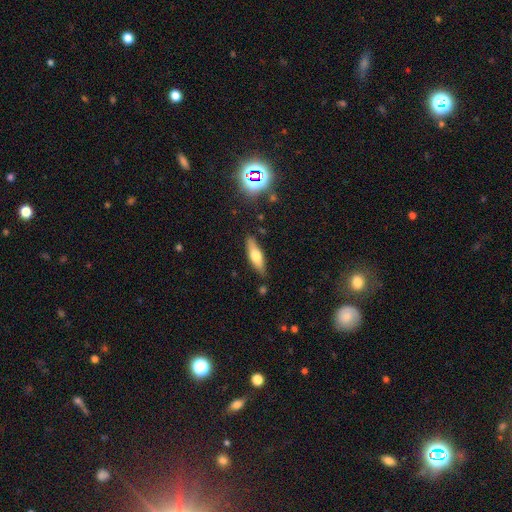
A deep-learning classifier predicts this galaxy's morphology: The model was most divided on "how rounded": cigar-shaped: 55%, in between: 43%, round: 2%. More confident: merging — none (83%); smooth or featured — smooth (55%).